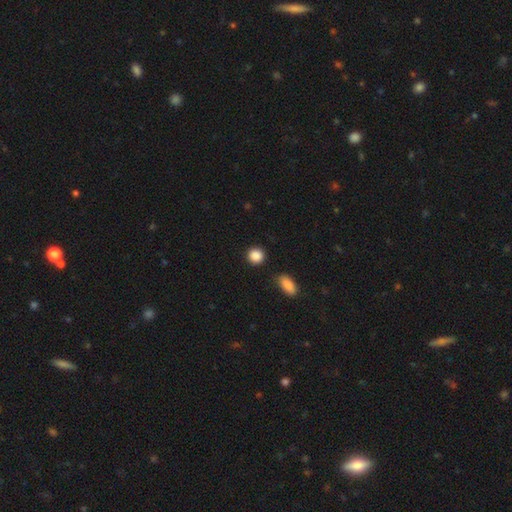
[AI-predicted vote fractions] A smooth galaxy with no disk features (89%) that is round (88%). Merging: none (88%).